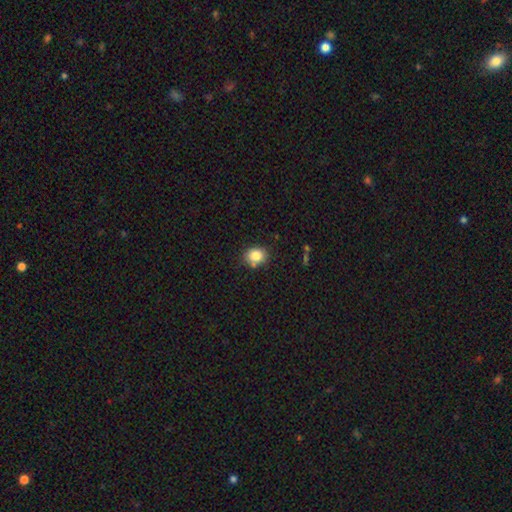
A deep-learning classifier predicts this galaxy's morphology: smooth_or_featured: smooth (p=0.84) [alt: star or artifact p=0.10]
how_rounded: round (p=0.61) [alt: in between p=0.38]
merging: none (p=0.77) [alt: minor disturbance p=0.14]